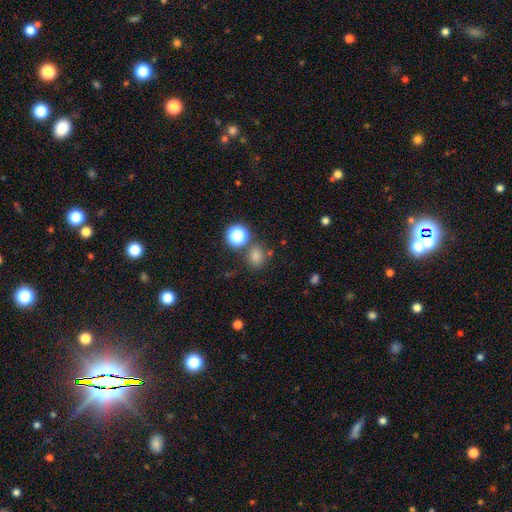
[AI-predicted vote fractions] Q: Smooth or featured?
A: smooth (75%); runner-up: star or artifact (20%)
Q: How rounded?
A: round (63%); runner-up: in between (36%)
Q: Merging?
A: none (73%); runner-up: minor disturbance (11%)